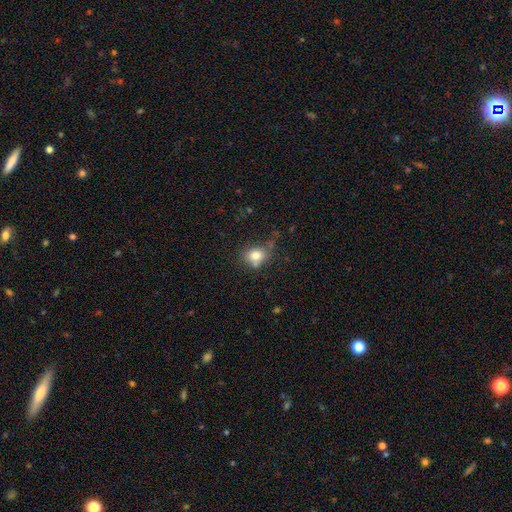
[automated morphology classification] smooth_or_featured: smooth (p=0.78) [alt: star or artifact p=0.11]
how_rounded: round (p=0.55) [alt: in between p=0.44]
merging: none (p=0.53) [alt: minor disturbance p=0.26]